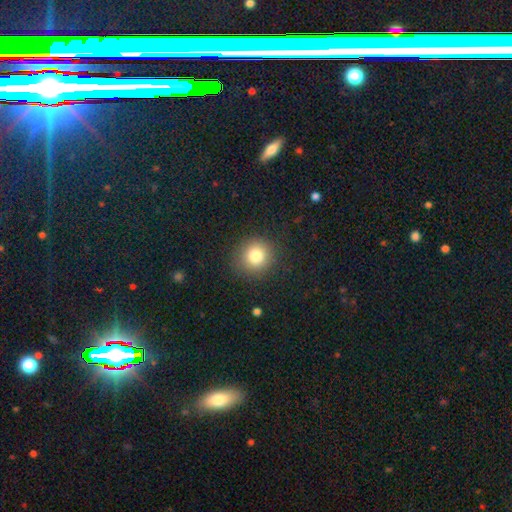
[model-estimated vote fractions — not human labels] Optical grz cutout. It shows a smooth galaxy with no disk features (80%) that is round (90%). Merging: none (88%).